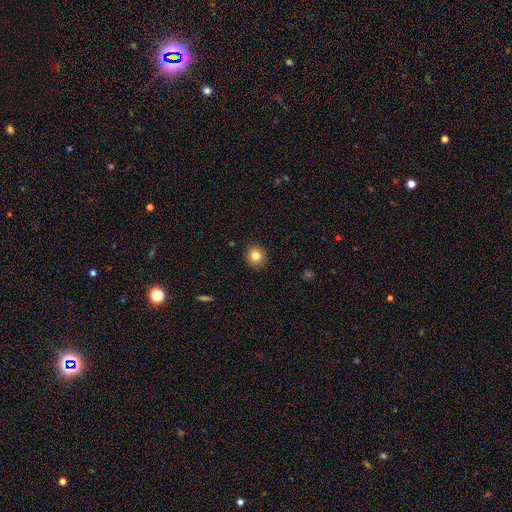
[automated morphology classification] smooth 81%, star or artifact 11%, featured or disk 8%. Down the decision tree: how rounded — round (90%); merging — none (91%).